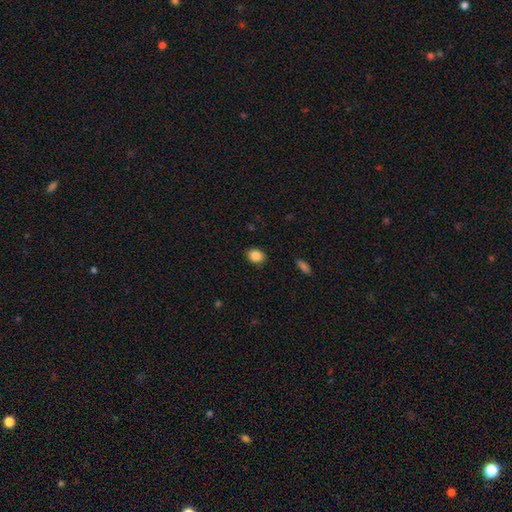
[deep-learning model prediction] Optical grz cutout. It shows a smooth galaxy with no disk features (87%) that is in between round and cigar-shaped (56%). Merging: none (88%).